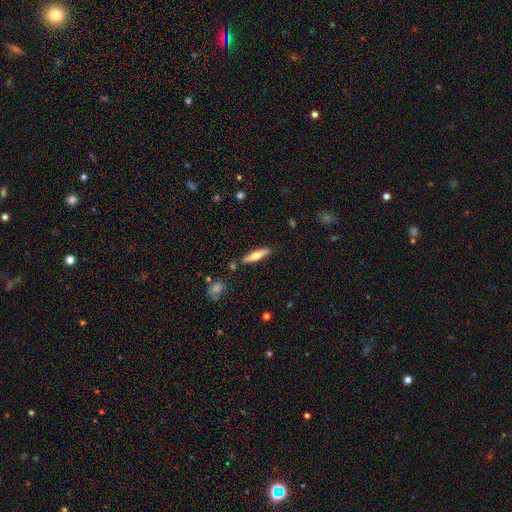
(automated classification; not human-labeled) Smooth or featured?
  - featured or disk: 47% * (tied)
  - smooth: 47% * (tied)
  - star or artifact: 6%
Merging?
  - none: 86% *
  - minor disturbance: 9%
  - merger: 3%
  - major disturbance: 2%